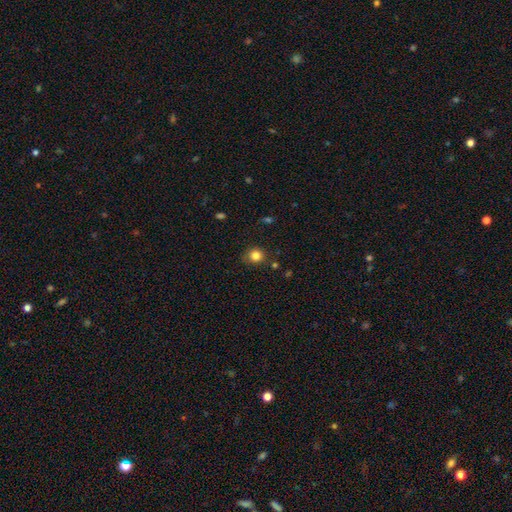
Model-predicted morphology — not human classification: smooth-or-featured: smooth: 83% | star or artifact: 12% | featured or disk: 5%
  how-rounded: round: 81% | in between: 18% | cigar-shaped: 1%
  merging: none: 81% | minor disturbance: 13% | major disturbance: 3% | merger: 2%